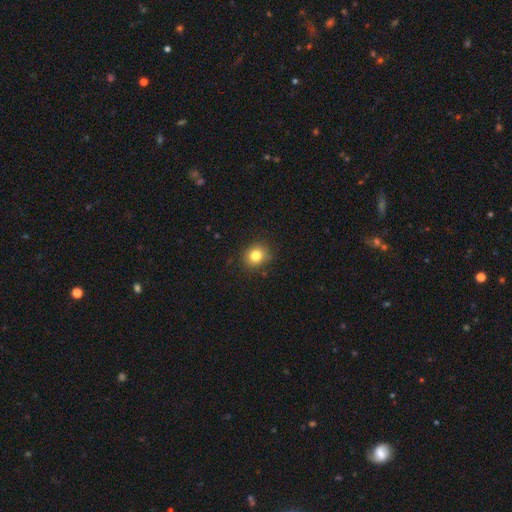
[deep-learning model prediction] A smooth galaxy with no disk features (81%) that is round (75%). Merging: none (87%).